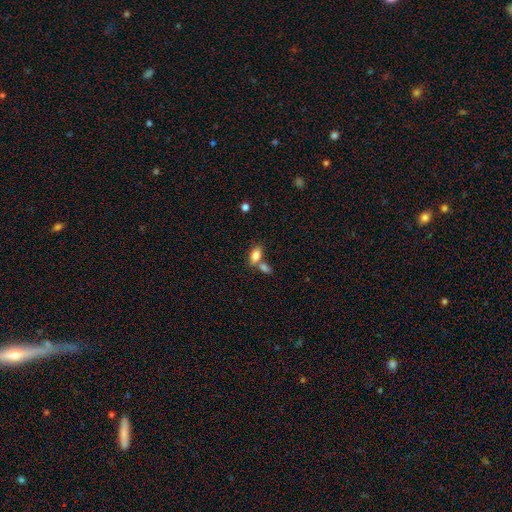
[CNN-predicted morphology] This is clearly a smooth galaxy (82%). How rounded: clearly in between (89%). Merging: possibly merger (46%).